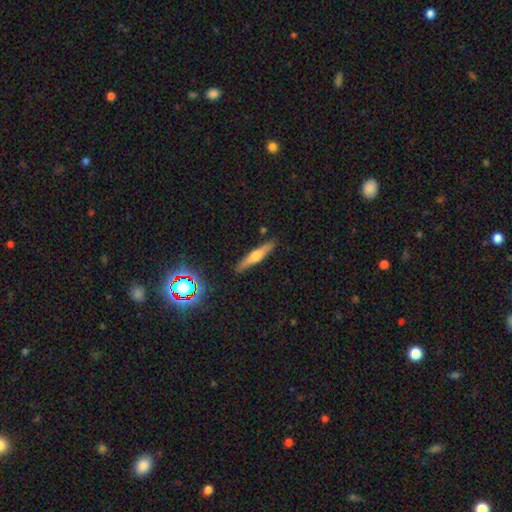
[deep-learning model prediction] A featured or disk galaxy (50%).

Vote fractions:
- Smooth or featured? featured or disk: 50% / smooth: 42% / star or artifact: 8%
- Merging? none: 88% / minor disturbance: 8% / merger: 2% / major disturbance: 2%